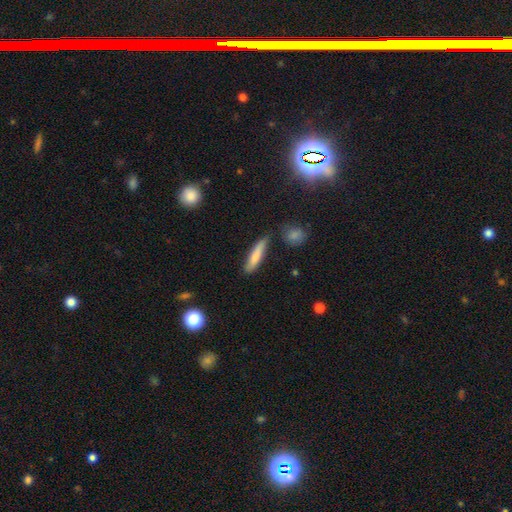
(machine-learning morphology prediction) smooth-or-featured: smooth: 78% | featured or disk: 16% | star or artifact: 6%
  how-rounded: cigar-shaped: 82% | in between: 16% | round: 2%
  merging: none: 70% | minor disturbance: 20% | merger: 5% | major disturbance: 4%